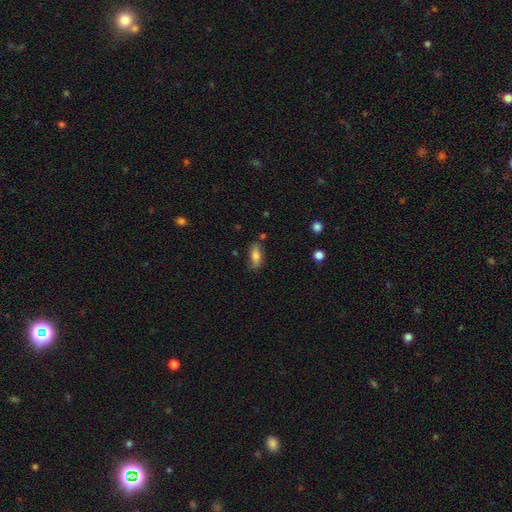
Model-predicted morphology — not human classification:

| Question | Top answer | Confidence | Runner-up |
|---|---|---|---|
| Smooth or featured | smooth | 79% | featured or disk (13%) |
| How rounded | in between | 75% | cigar-shaped (22%) |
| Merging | none | 74% | minor disturbance (18%) |